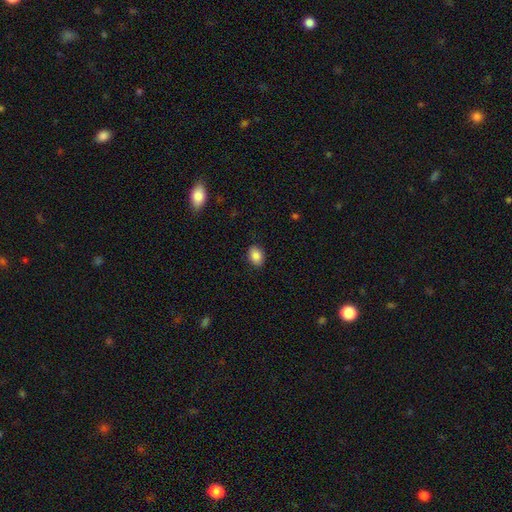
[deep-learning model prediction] smooth_or_featured: smooth (p=0.88) [alt: star or artifact p=0.08]
how_rounded: in between (p=0.75) [alt: round p=0.24]
merging: none (p=0.88) [alt: minor disturbance p=0.09]